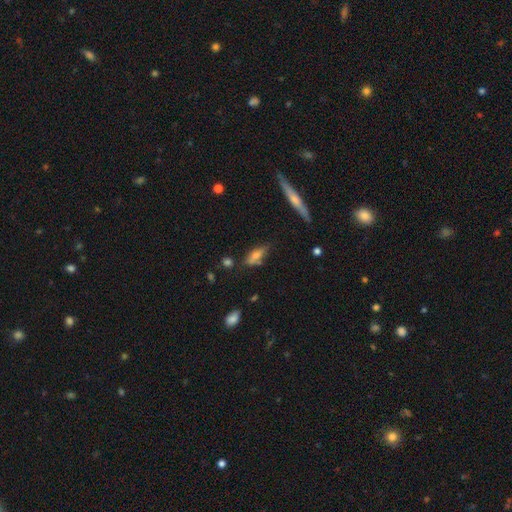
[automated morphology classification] Smooth or featured: smooth — 54% (featured or disk — 35%)
How rounded: in between — 52% (cigar-shaped — 44%)
Merging: none — 59% (minor disturbance — 23%)